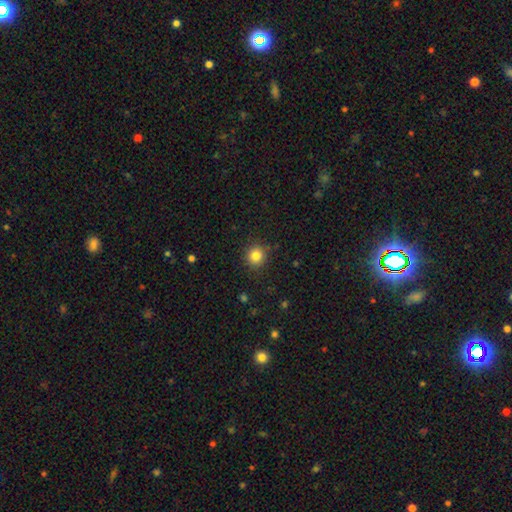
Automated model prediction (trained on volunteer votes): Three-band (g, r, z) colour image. It shows a smooth galaxy with no disk features (83%) that is round (92%). Merging: none (89%).